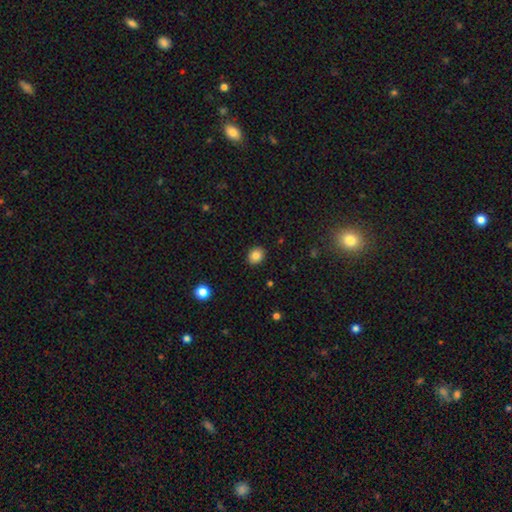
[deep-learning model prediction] Smooth or featured?
  - smooth: 84% *
  - star or artifact: 10%
  - featured or disk: 6%
How rounded?
  - round: 52% *
  - in between: 47%
  - cigar-shaped: 1%
Merging?
  - none: 89% *
  - minor disturbance: 8%
  - major disturbance: 2%
  - merger: 1%